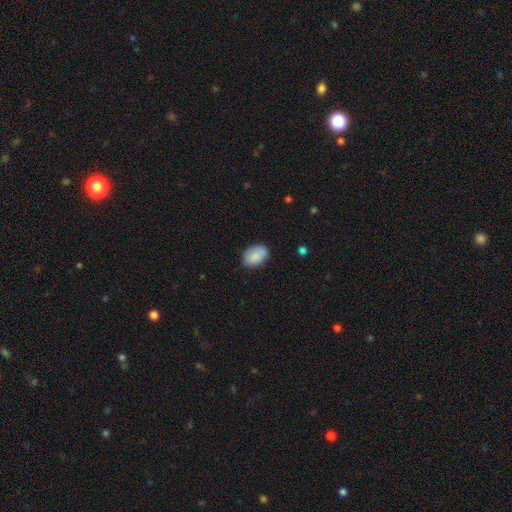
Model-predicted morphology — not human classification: smooth_or_featured: smooth (p=0.85) [alt: featured or disk p=0.08]
how_rounded: in between (p=0.85) [alt: round p=0.13]
merging: none (p=0.75) [alt: minor disturbance p=0.18]